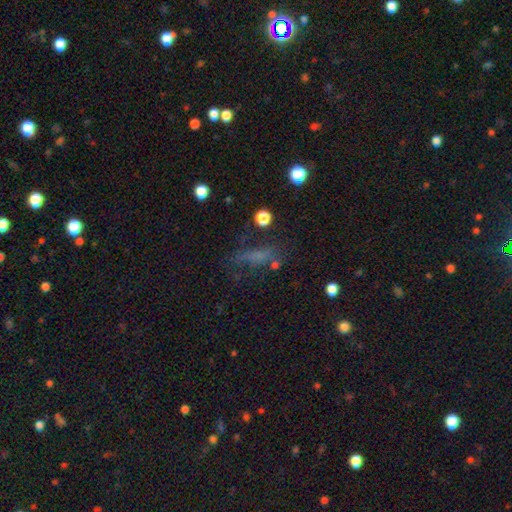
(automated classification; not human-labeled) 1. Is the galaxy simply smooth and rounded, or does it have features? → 51% smooth, 24% star or artifact, 24% featured or disk.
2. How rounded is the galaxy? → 47% in between, 42% cigar-shaped, 10% round.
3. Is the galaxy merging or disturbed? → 51% none, 21% major disturbance, 21% minor disturbance, 7% merger.